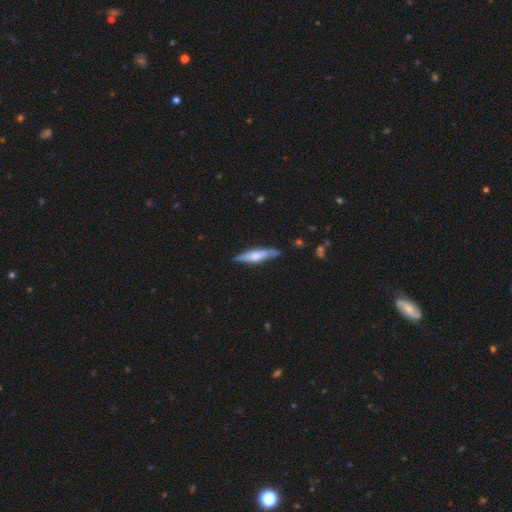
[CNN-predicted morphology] This is possibly a smooth galaxy (48%). Merging: clearly none (83%).